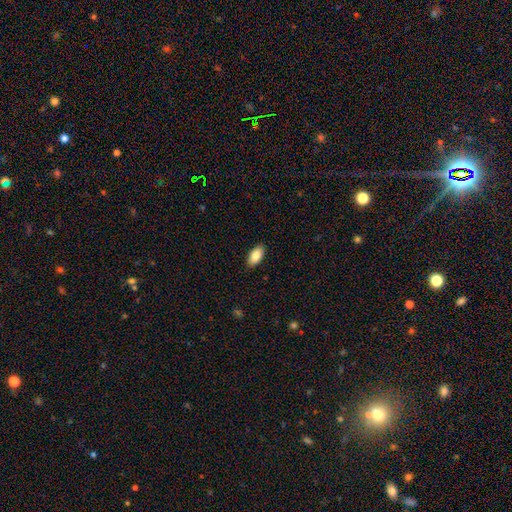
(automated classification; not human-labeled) Morphology: type=smooth (85%); roundness=in between (94%); merging=none (90%).